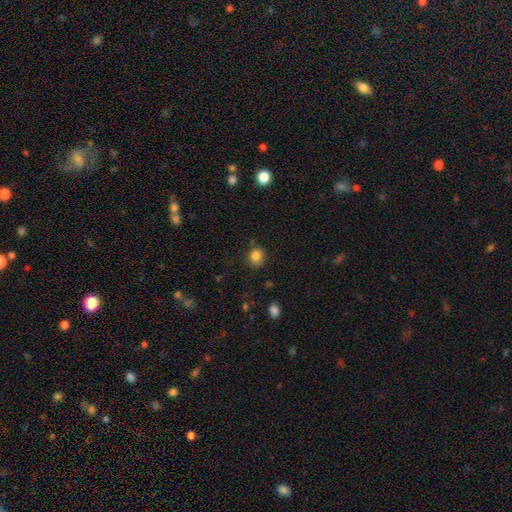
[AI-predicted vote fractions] Smooth or featured? Predicted: smooth (p=0.83). How rounded? Predicted: round (p=0.76). Merging? Predicted: none (p=0.76).